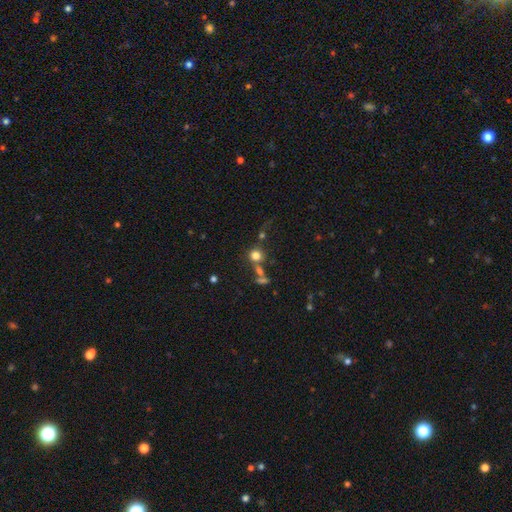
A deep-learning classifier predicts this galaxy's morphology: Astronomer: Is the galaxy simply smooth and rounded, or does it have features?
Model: smooth — 74%.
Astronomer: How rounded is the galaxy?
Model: round — 87%.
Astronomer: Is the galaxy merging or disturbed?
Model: none — 58%.